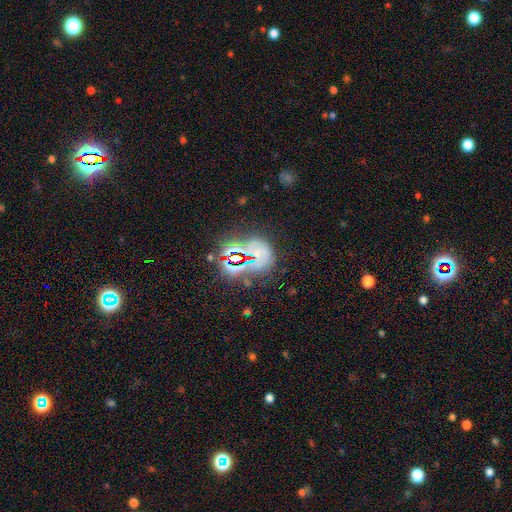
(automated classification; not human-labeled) smooth-or-featured: star or artifact: 52% | smooth: 28% | featured or disk: 20%